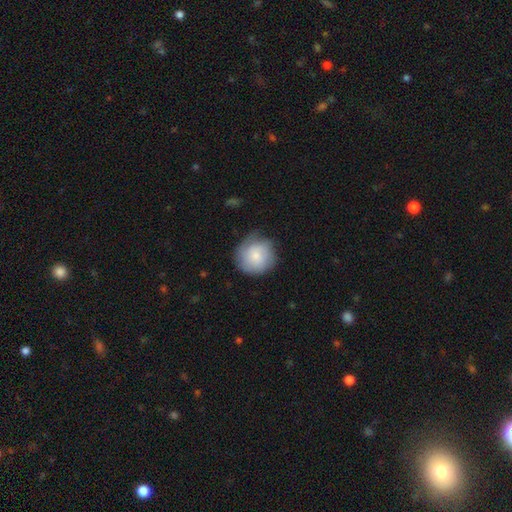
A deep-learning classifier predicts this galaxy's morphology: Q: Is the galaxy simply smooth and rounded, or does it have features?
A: smooth — 70%.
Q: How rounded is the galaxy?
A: round — 92%.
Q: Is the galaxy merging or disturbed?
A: none — 63%.